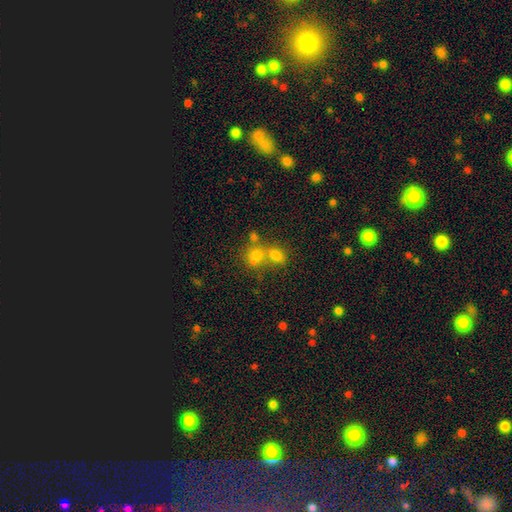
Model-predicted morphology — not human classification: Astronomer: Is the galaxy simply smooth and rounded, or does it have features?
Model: smooth — 70%.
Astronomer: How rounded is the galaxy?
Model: round — 60% (runner-up: in between, 39%).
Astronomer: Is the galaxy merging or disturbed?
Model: merger — 55% (runner-up: none, 32%).